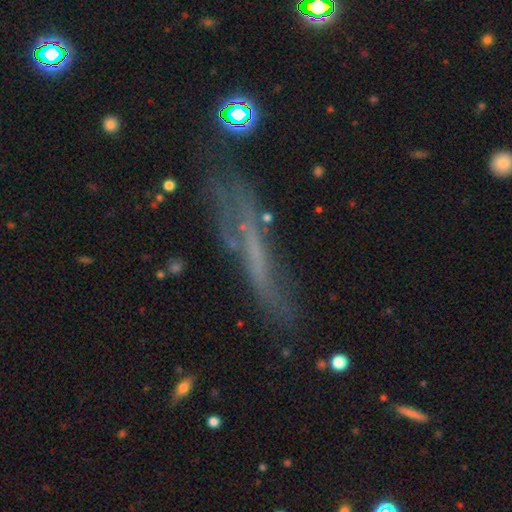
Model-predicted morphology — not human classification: type=featured or disk (52%); edge-on=yes (57%); merging=none (51%).